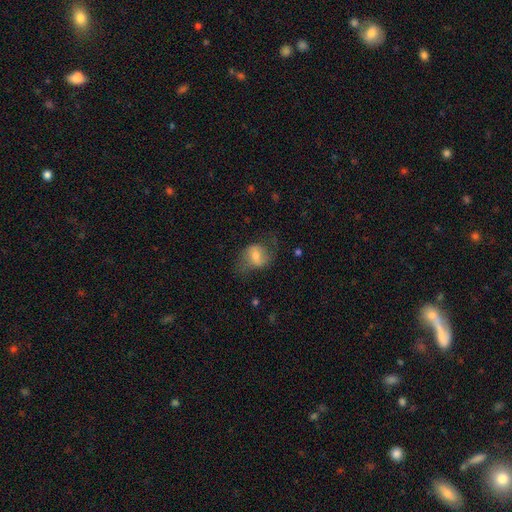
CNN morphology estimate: featured or disk 48%, smooth 43%, star or artifact 9%. Down the decision tree: merging — none (57%).